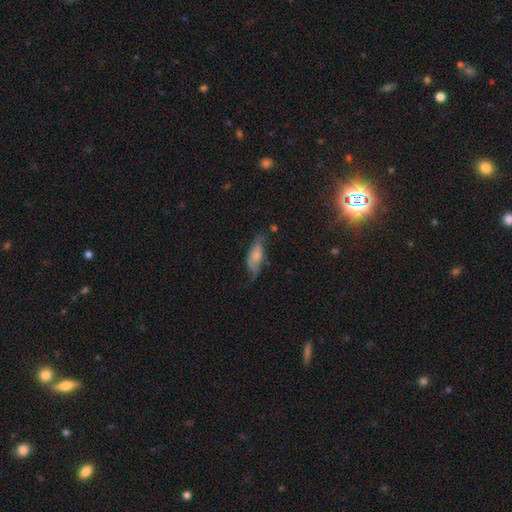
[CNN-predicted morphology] smooth_or_featured: smooth (p=0.55) [alt: featured or disk p=0.37]
how_rounded: in between (p=0.75) [alt: cigar-shaped p=0.21]
merging: none (p=0.44) [alt: minor disturbance p=0.34]